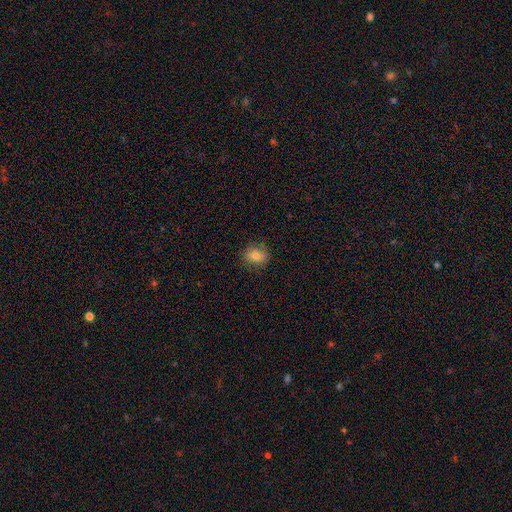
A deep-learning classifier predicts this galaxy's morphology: Smooth or featured?
  - smooth: 80% *
  - featured or disk: 10%
  - star or artifact: 10%
How rounded?
  - round: 63% *
  - in between: 36%
  - cigar-shaped: 1%
Merging?
  - none: 81% *
  - minor disturbance: 14%
  - major disturbance: 3%
  - merger: 1%